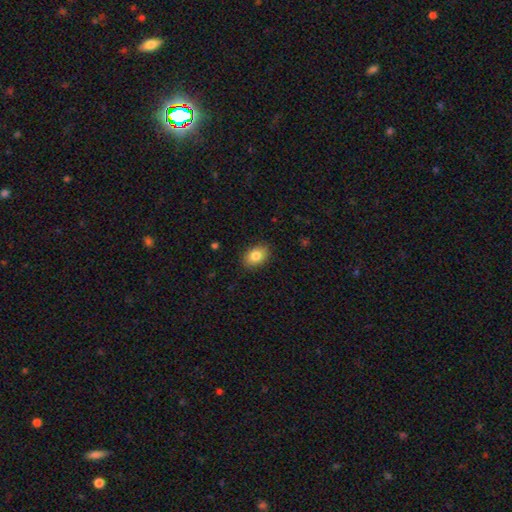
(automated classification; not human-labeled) This is clearly a smooth galaxy (84%). How rounded: clearly in between (82%). Merging: clearly none (87%).